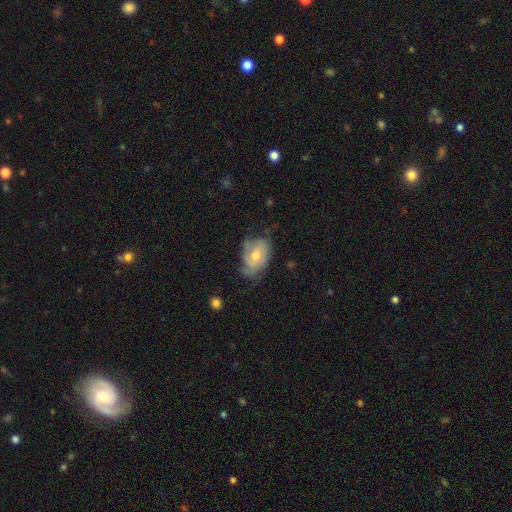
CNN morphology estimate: Overall: featured or disk (60%; smooth 32%). Edge-on disk: no (95%). Bar: no (73%). Spiral arms: yes (80%). Bulge size: moderate (56%; small 38%). Merging: none (53%; minor disturbance 31%).